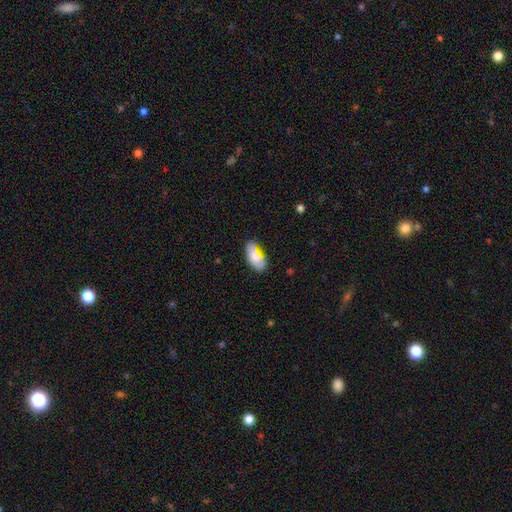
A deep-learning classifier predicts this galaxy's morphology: A smooth galaxy with no disk features (75%) that is in between round and cigar-shaped (89%).

Vote fractions:
- Smooth or featured? smooth: 75% / featured or disk: 16% / star or artifact: 9%
- How rounded? in between: 89% / cigar-shaped: 7% / round: 3%
- Merging? none: 67% / minor disturbance: 22% / merger: 6% / major disturbance: 5%